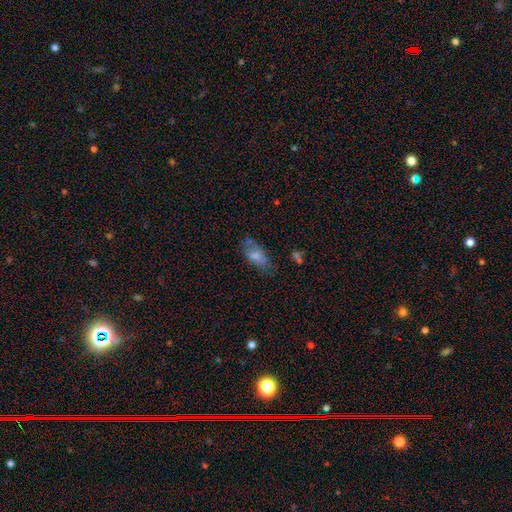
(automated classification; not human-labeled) The model was most divided on "smooth or featured": smooth: 54%, featured or disk: 33%, star or artifact: 14%. More confident: how rounded — in between (79%); merging — none (60%).